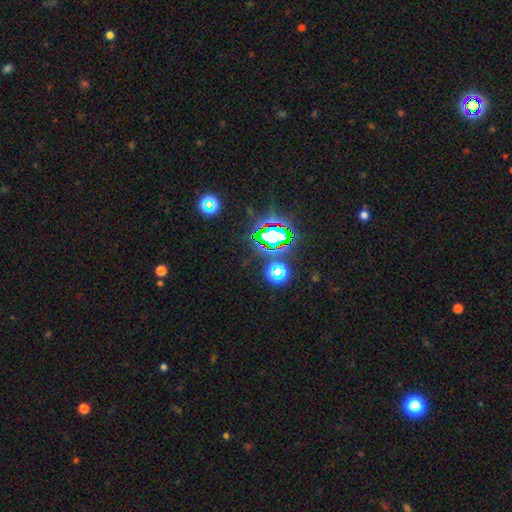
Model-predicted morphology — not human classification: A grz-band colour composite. It shows a star or artifact, not a galaxy (80%).